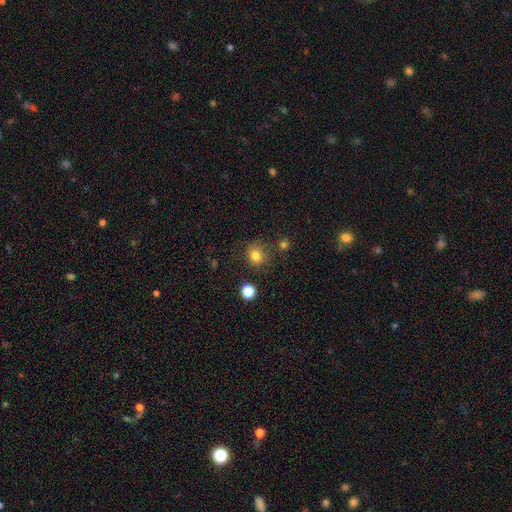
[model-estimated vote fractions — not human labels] Q: Smooth or featured?
A: smooth (81%); runner-up: star or artifact (13%)
Q: How rounded?
A: round (81%); runner-up: in between (18%)
Q: Merging?
A: none (78%); runner-up: minor disturbance (12%)